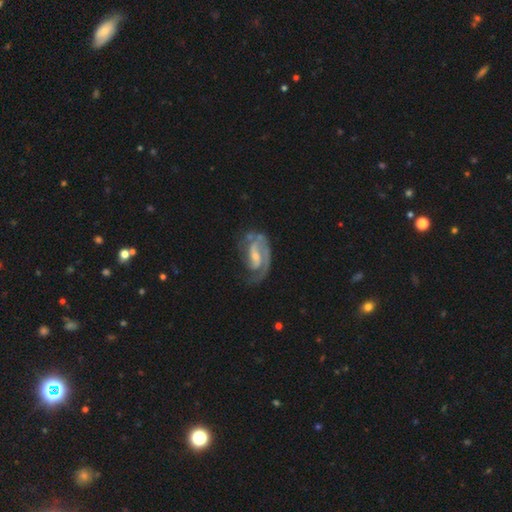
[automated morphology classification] Q: Smooth or featured?
A: featured or disk (86%); runner-up: smooth (9%)
Q: Edge-on disk?
A: no (97%); runner-up: yes (3%)
Q: Bar?
A: weak (49%); runner-up: no (30%)
Q: Spiral arms?
A: yes (95%); runner-up: no (5%)
Q: Spiral winding?
A: medium (45%); runner-up: tight (39%)
Q: Spiral arm count?
A: 2 (53%); runner-up: 1 (35%)
Q: Bulge size?
A: small (52%); runner-up: moderate (37%)
Q: Merging?
A: none (56%); runner-up: minor disturbance (22%)